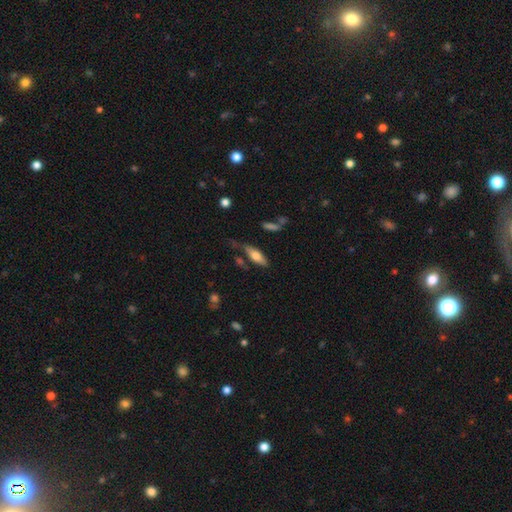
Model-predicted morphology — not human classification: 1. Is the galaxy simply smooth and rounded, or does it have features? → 67% smooth, 26% featured or disk, 7% star or artifact.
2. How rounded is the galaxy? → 67% in between, 31% cigar-shaped, 2% round.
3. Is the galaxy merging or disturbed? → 61% none, 22% minor disturbance, 9% major disturbance, 8% merger.